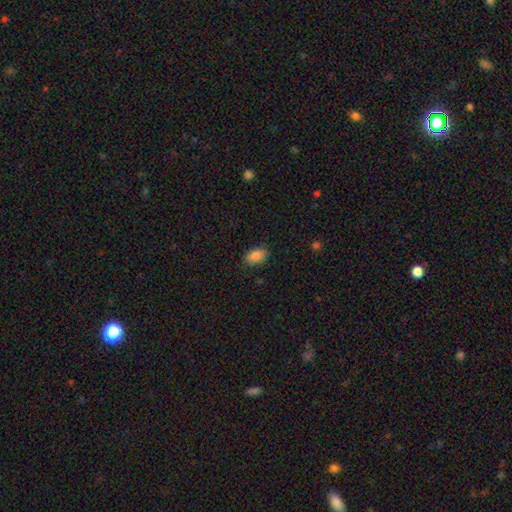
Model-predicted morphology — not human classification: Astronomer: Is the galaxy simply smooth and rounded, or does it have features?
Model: smooth — 85%.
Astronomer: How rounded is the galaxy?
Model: in between — 88%.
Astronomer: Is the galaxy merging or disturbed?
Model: none — 84%.